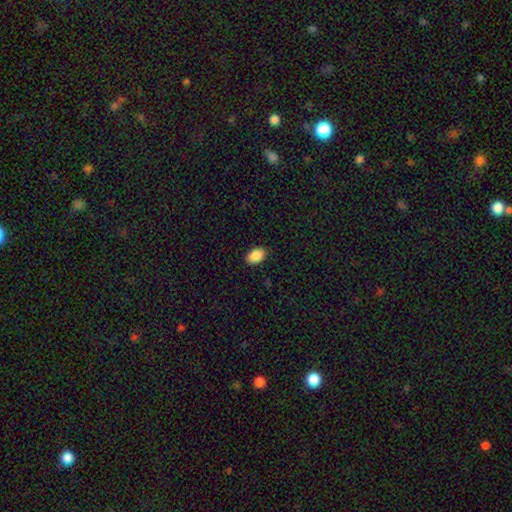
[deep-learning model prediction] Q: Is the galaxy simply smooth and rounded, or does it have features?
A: smooth — 90%.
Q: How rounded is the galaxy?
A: in between — 87%.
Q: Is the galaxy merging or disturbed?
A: none — 90%.